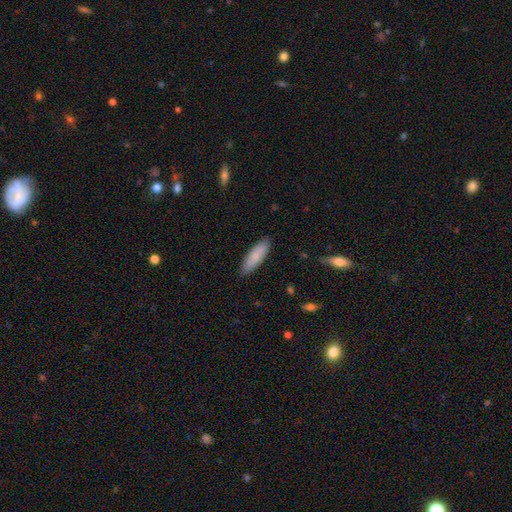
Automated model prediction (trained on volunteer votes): Smooth or featured? smooth (83%)
How rounded? cigar-shaped (52%)
Merging? none (87%)